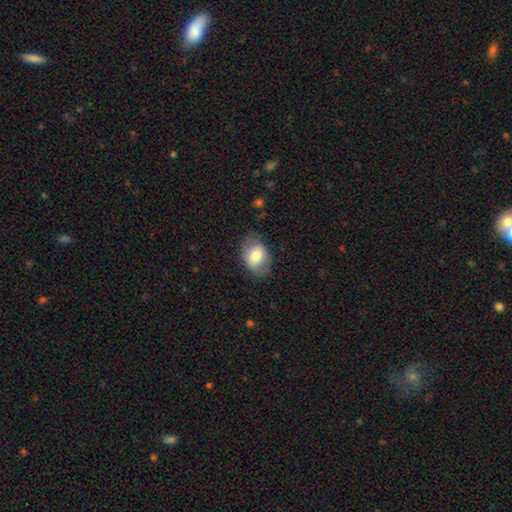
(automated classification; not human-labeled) Smooth or featured: smooth — 73% (featured or disk — 20%)
How rounded: in between — 78% (round — 21%)
Merging: none — 69% (minor disturbance — 22%)